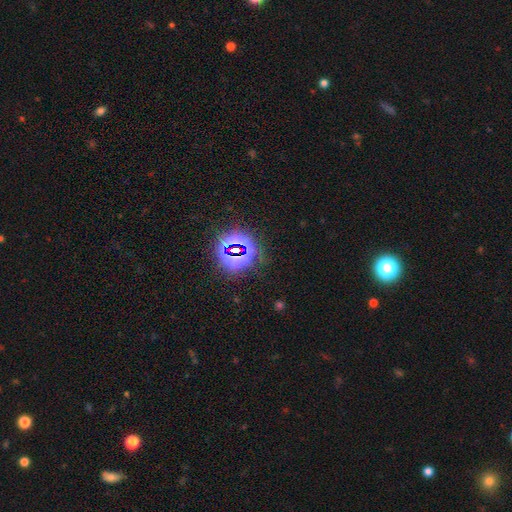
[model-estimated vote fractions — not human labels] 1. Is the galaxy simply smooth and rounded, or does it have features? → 78% star or artifact, 14% smooth, 8% featured or disk.